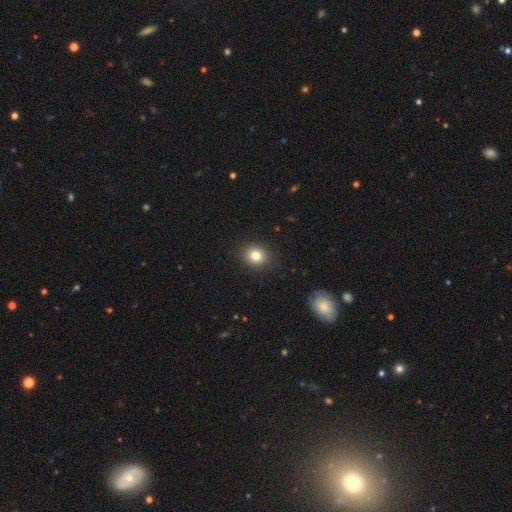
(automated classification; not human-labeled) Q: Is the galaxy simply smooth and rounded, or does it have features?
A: smooth — 81%.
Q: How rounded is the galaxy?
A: round — 72%.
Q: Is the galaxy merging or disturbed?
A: none — 90%.